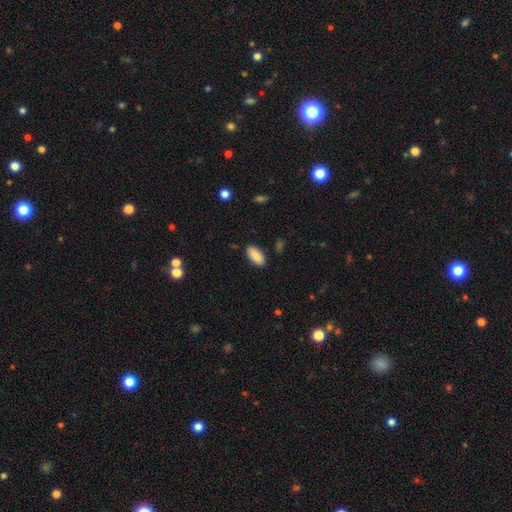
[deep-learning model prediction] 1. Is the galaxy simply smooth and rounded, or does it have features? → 89% smooth, 6% star or artifact, 5% featured or disk.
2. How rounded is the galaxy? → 90% in between, 8% cigar-shaped, 2% round.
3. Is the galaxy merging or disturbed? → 87% none, 9% minor disturbance, 2% major disturbance, 1% merger.